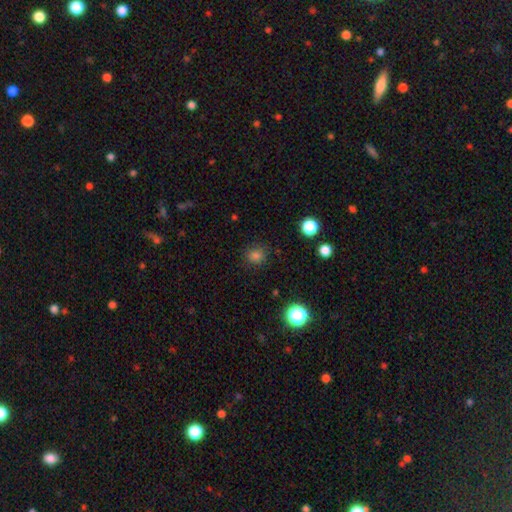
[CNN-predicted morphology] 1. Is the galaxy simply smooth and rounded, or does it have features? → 81% smooth, 15% star or artifact, 5% featured or disk.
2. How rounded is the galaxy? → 81% round, 18% in between, 1% cigar-shaped.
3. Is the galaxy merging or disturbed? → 85% none, 10% minor disturbance, 3% major disturbance, 1% merger.